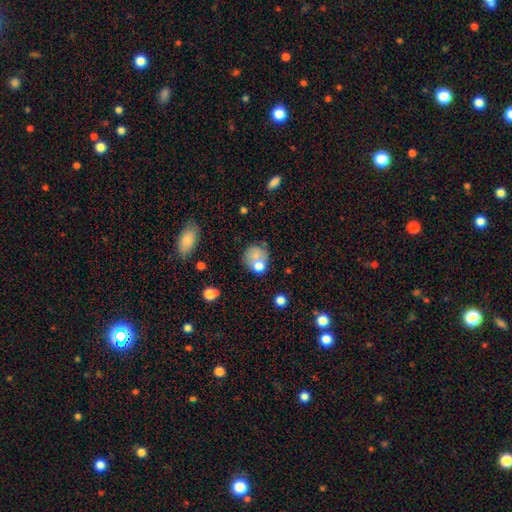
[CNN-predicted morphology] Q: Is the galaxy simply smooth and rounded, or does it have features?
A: smooth — 72%.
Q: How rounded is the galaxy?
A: round — 74%.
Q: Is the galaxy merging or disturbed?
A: none — 47%.